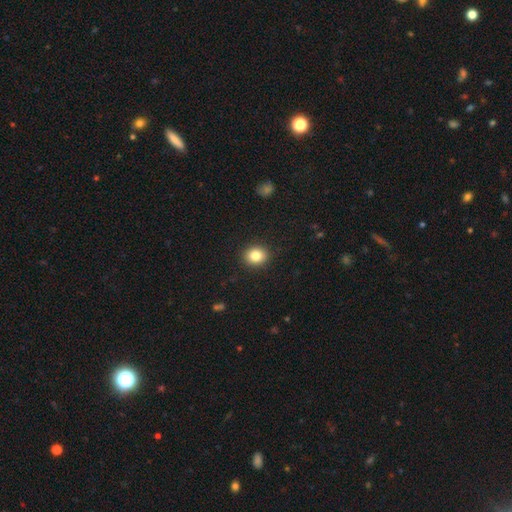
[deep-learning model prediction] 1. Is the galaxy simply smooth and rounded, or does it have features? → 83% smooth, 10% star or artifact, 7% featured or disk.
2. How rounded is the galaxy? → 72% round, 27% in between, 1% cigar-shaped.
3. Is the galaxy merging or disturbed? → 91% none, 6% minor disturbance, 2% major disturbance, 1% merger.